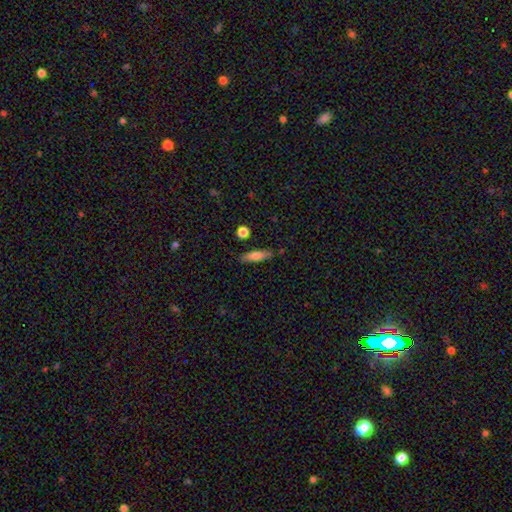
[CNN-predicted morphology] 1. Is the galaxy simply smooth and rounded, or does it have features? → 75% smooth, 17% featured or disk, 7% star or artifact.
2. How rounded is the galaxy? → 65% cigar-shaped, 32% in between, 2% round.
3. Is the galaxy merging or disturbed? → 81% none, 13% minor disturbance, 3% merger, 3% major disturbance.